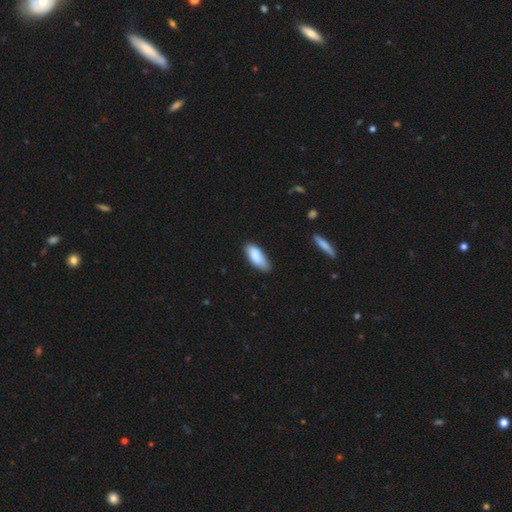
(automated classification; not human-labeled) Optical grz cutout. It shows a smooth galaxy with no disk features (86%) that is in between round and cigar-shaped (81%). Merging: none (71%).